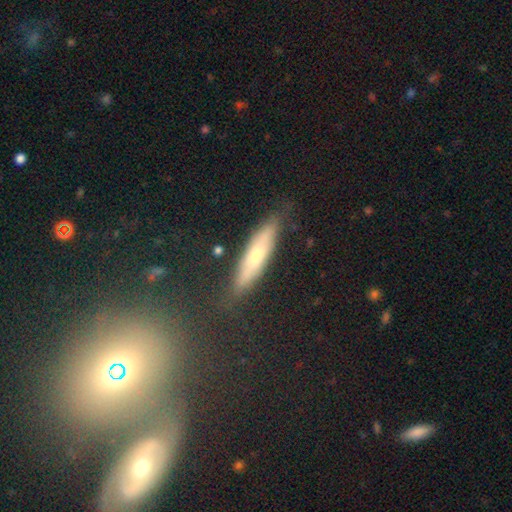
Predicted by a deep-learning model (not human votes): smooth_or_featured: smooth (p=0.50) [alt: featured or disk p=0.43]
merging: none (p=0.80) [alt: minor disturbance p=0.15]